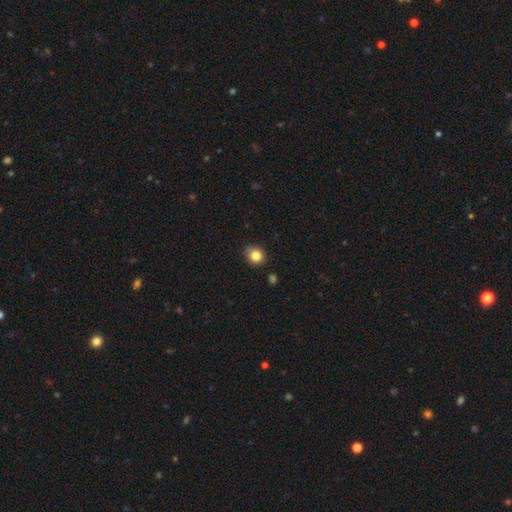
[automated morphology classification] Smooth or featured: smooth — 84% (star or artifact — 11%)
How rounded: round — 74% (in between — 25%)
Merging: none — 84% (minor disturbance — 12%)